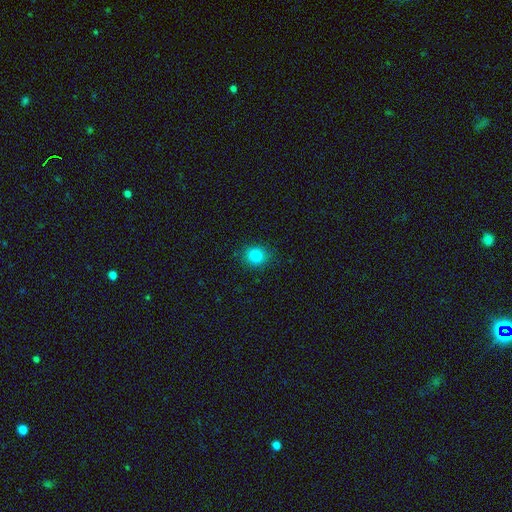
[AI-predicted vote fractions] Smooth or featured? Predicted: smooth (p=0.83). How rounded? Predicted: round (p=0.76). Merging? Predicted: none (p=0.88).